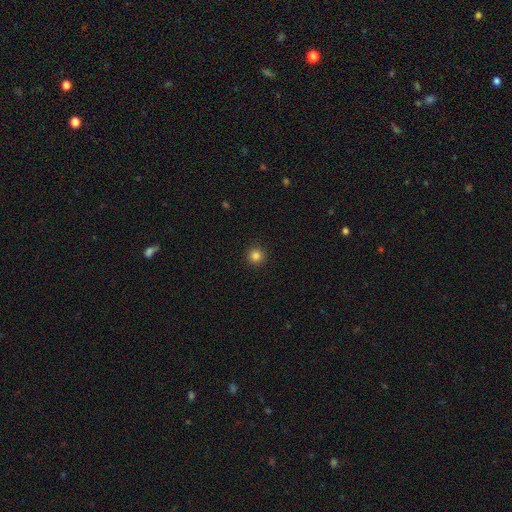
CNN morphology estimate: A smooth galaxy with no disk features (84%) that is round (96%).

Vote fractions:
- Smooth or featured? smooth: 84% / star or artifact: 12% / featured or disk: 4%
- How rounded? round: 96% / in between: 3% / cigar-shaped: 1%
- Merging? none: 93% / minor disturbance: 5% / major disturbance: 2% / merger: 1%